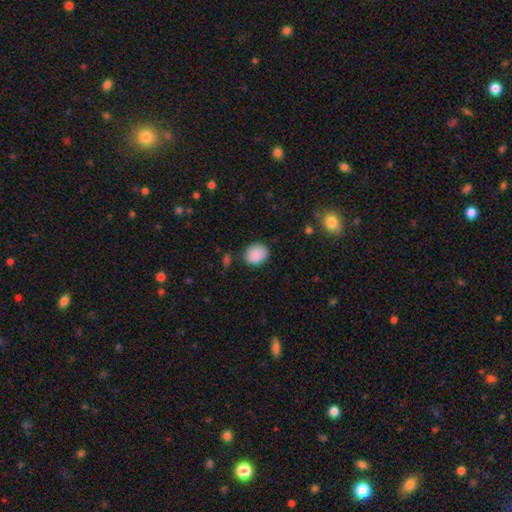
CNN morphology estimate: A smooth galaxy with no disk features (88%) that is round (69%). Merging: none (82%).